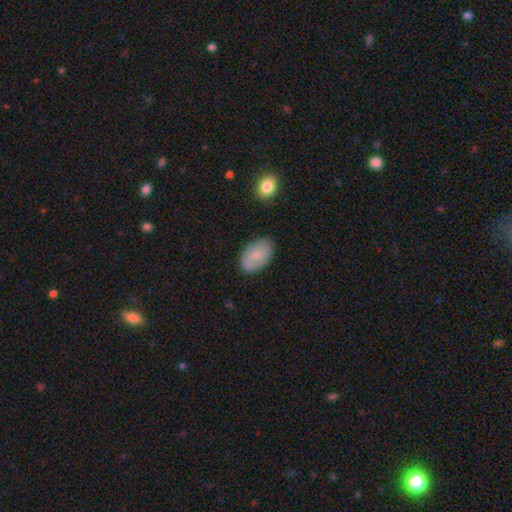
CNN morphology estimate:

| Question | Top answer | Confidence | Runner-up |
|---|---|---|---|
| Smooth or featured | smooth | 71% | featured or disk (22%) |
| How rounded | in between | 91% | round (8%) |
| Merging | none | 81% | minor disturbance (15%) |